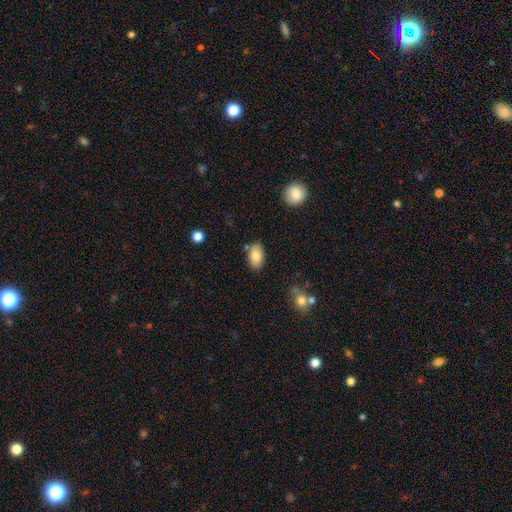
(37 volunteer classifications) Smooth or featured? smooth (89%)
How rounded? in between (97%)
Merging? none (69%)